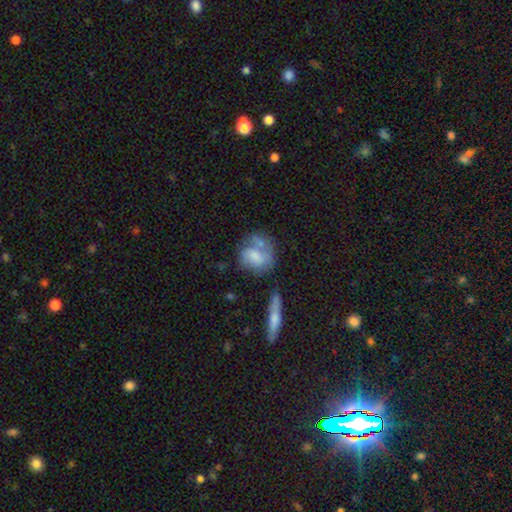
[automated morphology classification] The model was most divided on "merging": none: 35%, merger: 25%, minor disturbance: 21%, major disturbance: 19%. More confident: smooth or featured — smooth (58%); how rounded — round (57%).